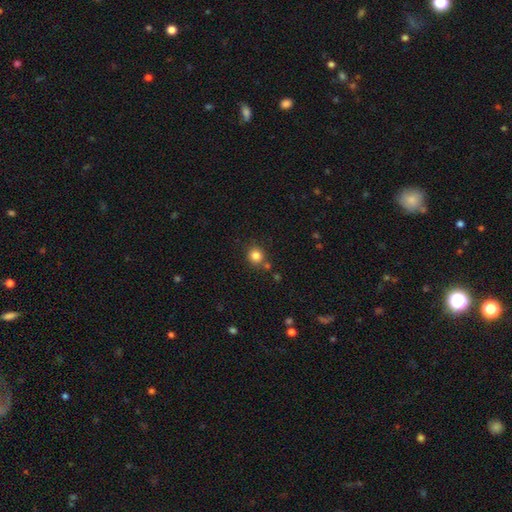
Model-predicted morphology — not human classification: Smooth or featured? Predicted: smooth (p=0.83). How rounded? Predicted: round (p=0.89). Merging? Predicted: none (p=0.80).